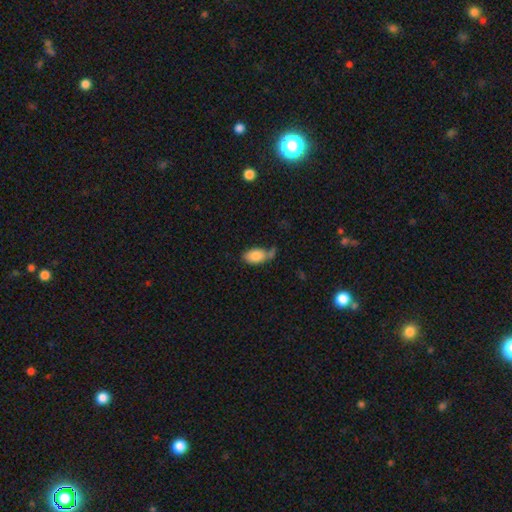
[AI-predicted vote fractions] Smooth or featured? smooth (82%)
How rounded? in between (91%)
Merging? none (44%)